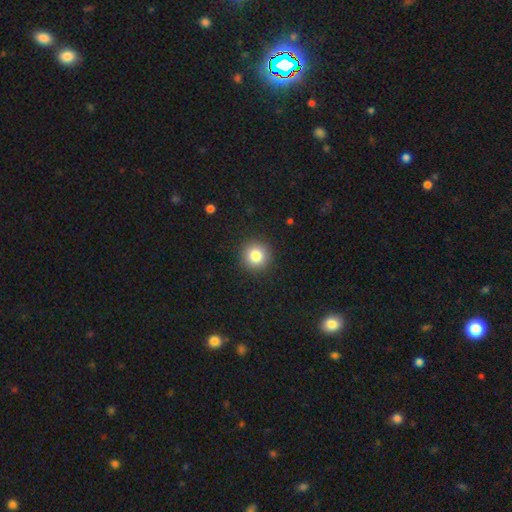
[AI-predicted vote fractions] Smooth or featured?
  - smooth: 83% *
  - star or artifact: 11%
  - featured or disk: 6%
How rounded?
  - round: 95% *
  - in between: 4%
  - cigar-shaped: 1%
Merging?
  - none: 92% *
  - minor disturbance: 5%
  - major disturbance: 2%
  - merger: 1%